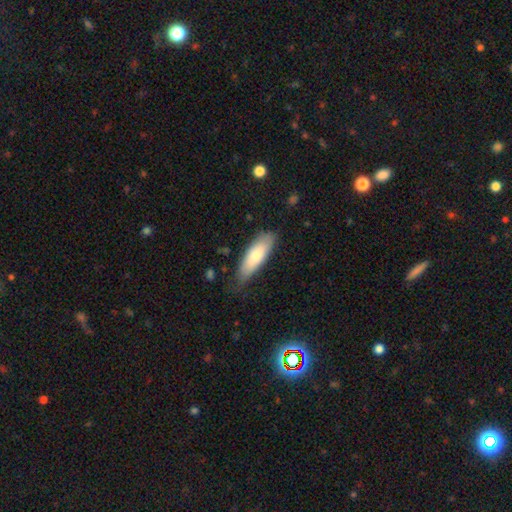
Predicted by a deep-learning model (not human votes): Overall: smooth (75%). How rounded: in between (63%; cigar-shaped 36%). Merging: none (72%).